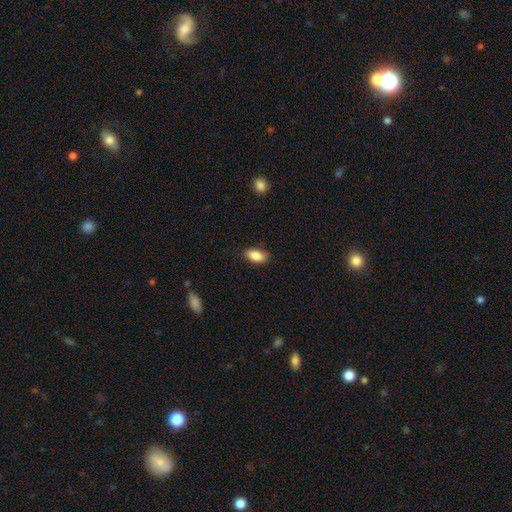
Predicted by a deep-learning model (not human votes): Smooth or featured? smooth (87%)
How rounded? in between (90%)
Merging? none (83%)